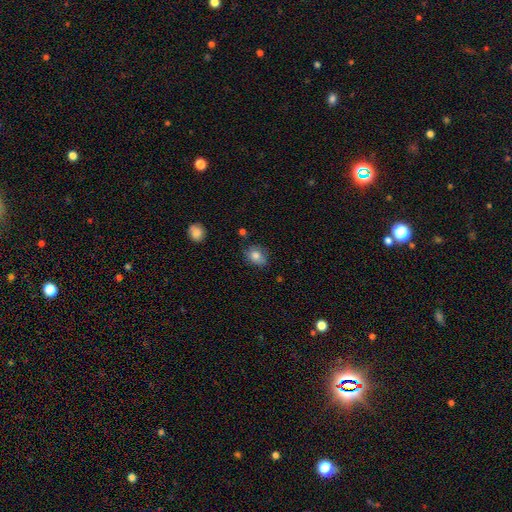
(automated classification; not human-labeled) A smooth galaxy with no disk features (80%) that is in between round and cigar-shaped (50%). Merging: none (69%).